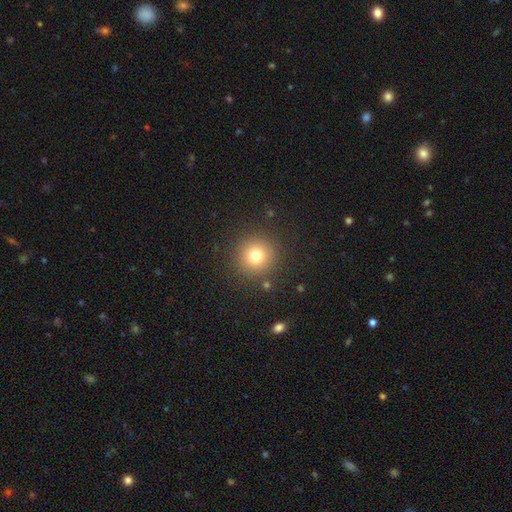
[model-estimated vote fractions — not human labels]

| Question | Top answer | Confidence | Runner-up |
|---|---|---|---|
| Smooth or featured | smooth | 77% | star or artifact (14%) |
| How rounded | round | 95% | in between (4%) |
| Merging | none | 89% | minor disturbance (6%) |